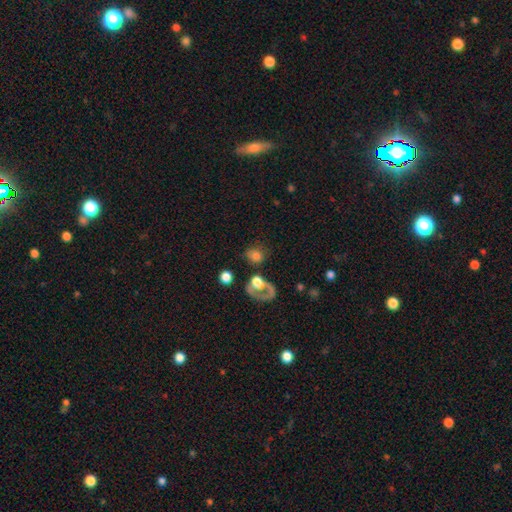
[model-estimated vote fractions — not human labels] Q: Smooth or featured?
A: smooth (71%); runner-up: featured or disk (18%)
Q: How rounded?
A: round (58%); runner-up: in between (41%)
Q: Merging?
A: none (55%); runner-up: minor disturbance (17%)